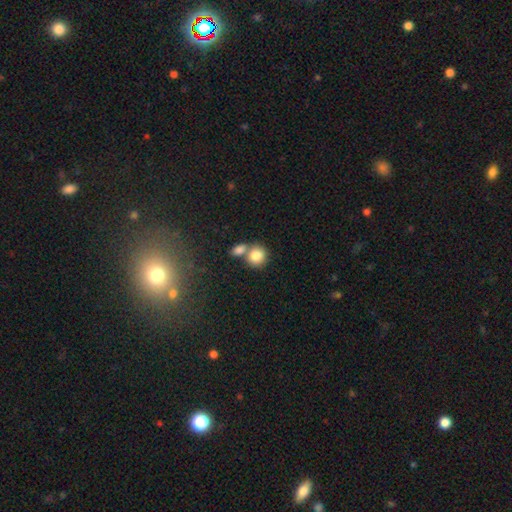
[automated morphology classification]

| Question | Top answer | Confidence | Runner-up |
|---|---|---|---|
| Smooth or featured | smooth | 83% | star or artifact (9%) |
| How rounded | round | 80% | in between (19%) |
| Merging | none | 45% | merger (43%) |